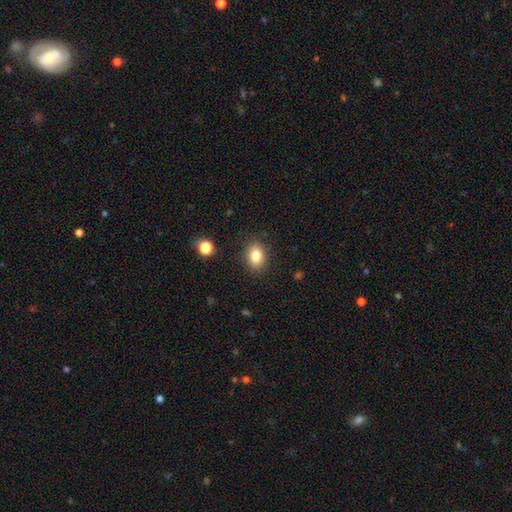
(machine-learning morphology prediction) smooth 83%, star or artifact 10%, featured or disk 7%. Down the decision tree: how rounded — in between (65%); merging — none (86%).